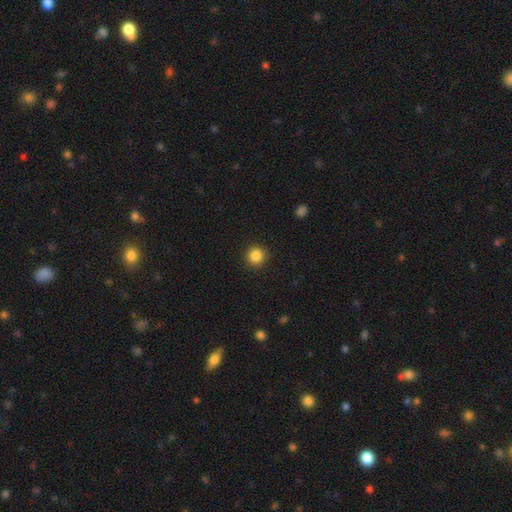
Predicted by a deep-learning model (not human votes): Morphology: type=smooth (86%); roundness=round (94%); merging=none (92%).